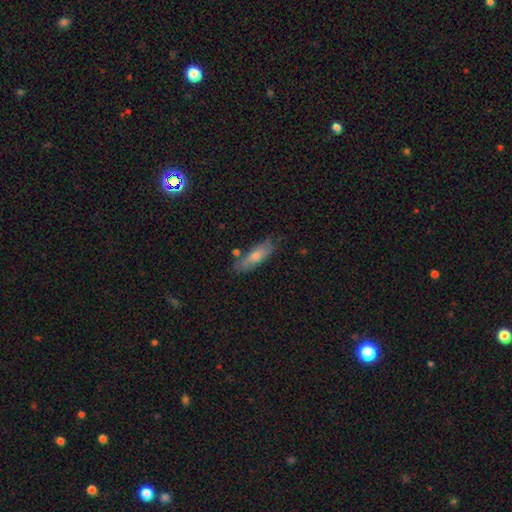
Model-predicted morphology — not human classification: Smooth or featured? Predicted: smooth (p=0.59). How rounded? Predicted: cigar-shaped (p=0.52). Merging? Predicted: none (p=0.74).